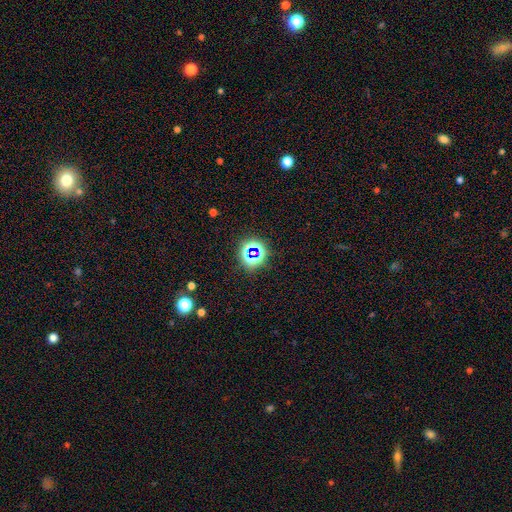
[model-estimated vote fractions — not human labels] Overall: star or artifact (70%).